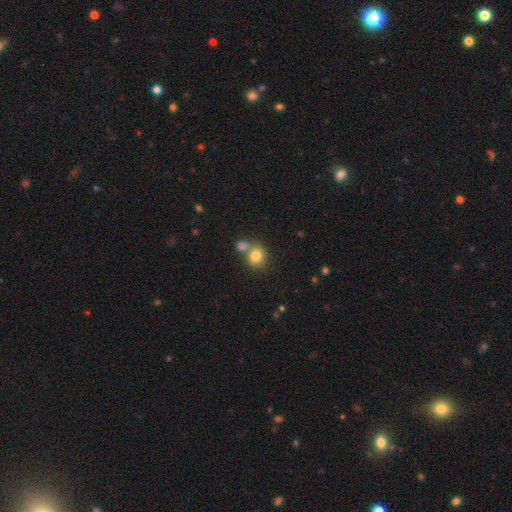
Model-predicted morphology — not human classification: This is clearly a smooth galaxy (81%). How rounded: likely round (79%). Merging: possibly none (52%).